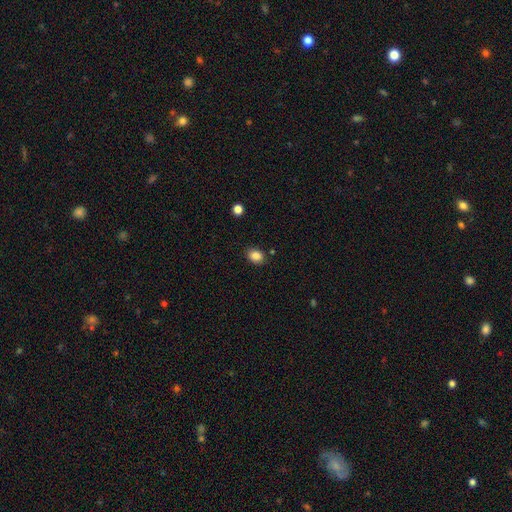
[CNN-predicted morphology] type=smooth (86%); roundness=in between (68%); merging=none (84%).